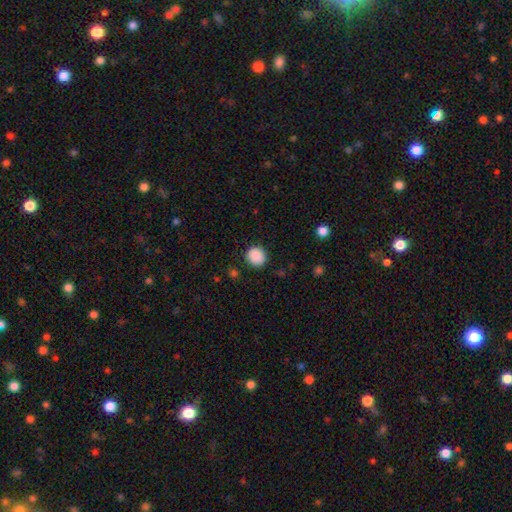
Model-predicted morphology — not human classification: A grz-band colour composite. It shows a smooth galaxy with no disk features (89%) that is round (88%). Merging: none (88%).